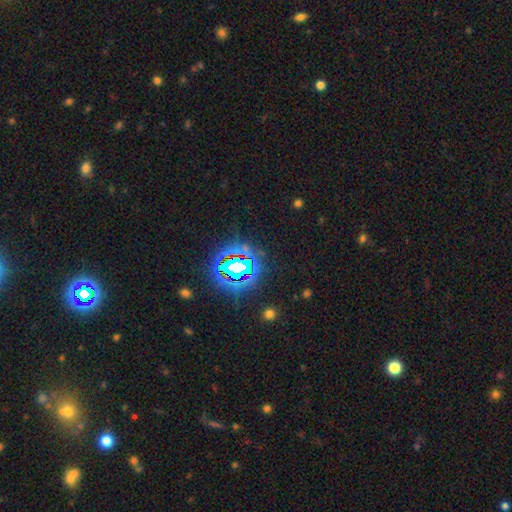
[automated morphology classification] This appears to be a star or artifact, not a galaxy (81%).